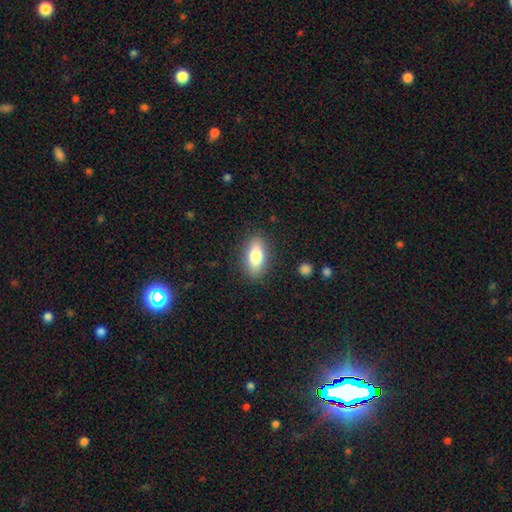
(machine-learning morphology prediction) Smooth or featured? smooth (78%)
How rounded? in between (84%)
Merging? none (86%)